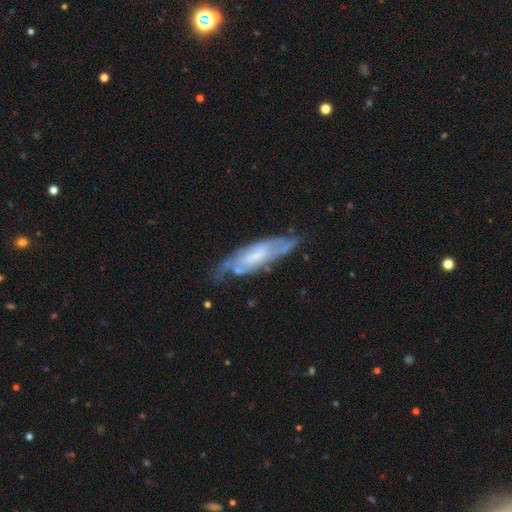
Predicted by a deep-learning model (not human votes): A featured or disk galaxy (63%). Merging: none (60%).